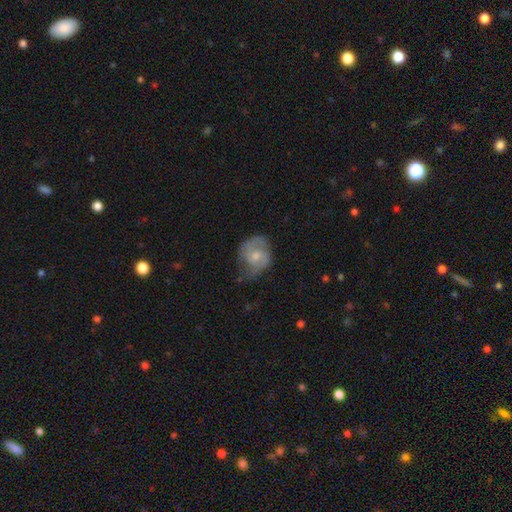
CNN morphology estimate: smooth_or_featured: featured or disk (p=0.62) [alt: smooth p=0.31]
disk_edge_on: no (p=0.97) [alt: yes p=0.03]
bar: no (p=0.62) [alt: weak p=0.33]
has_spiral_arms: yes (p=0.85) [alt: no p=0.15]
spiral_winding: medium (p=0.49) [alt: tight p=0.30]
spiral_arm_count: 2 (p=0.74) [alt: can't tell p=0.14]
bulge_size: moderate (p=0.48) [alt: small p=0.42]
merging: none (p=0.48) [alt: minor disturbance p=0.32]